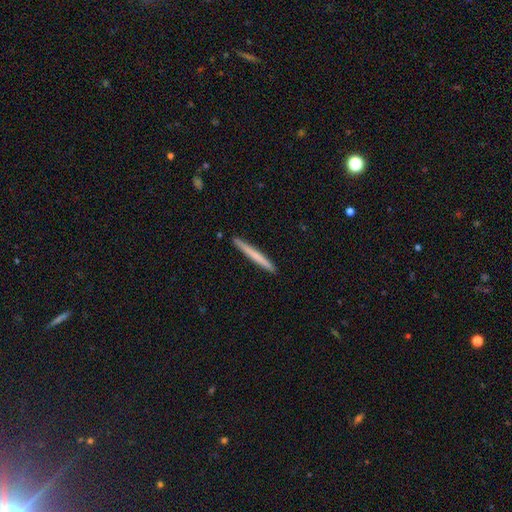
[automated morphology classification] smooth_or_featured: smooth (p=0.62) [alt: featured or disk p=0.33]
how_rounded: cigar-shaped (p=0.97) [alt: in between p=0.02]
merging: none (p=0.92) [alt: minor disturbance p=0.06]